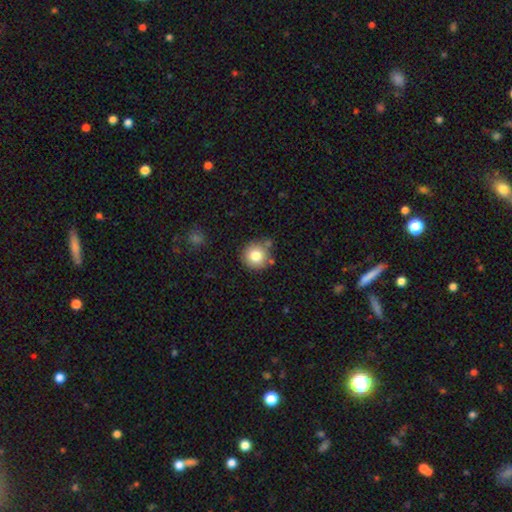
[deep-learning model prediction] Smooth or featured? smooth (80%)
How rounded? round (93%)
Merging? none (78%)